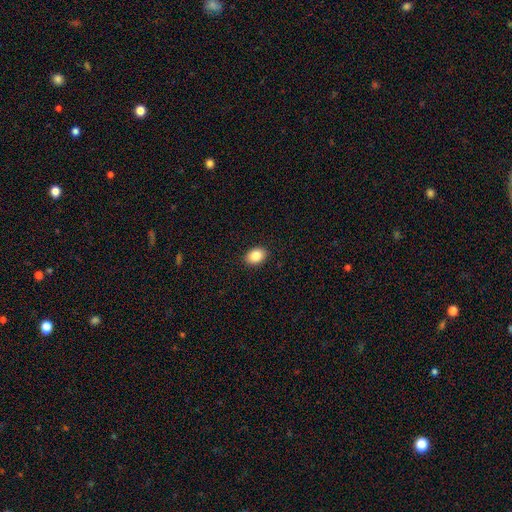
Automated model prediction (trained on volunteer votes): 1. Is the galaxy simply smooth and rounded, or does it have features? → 86% smooth, 8% star or artifact, 5% featured or disk.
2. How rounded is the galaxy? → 70% in between, 29% round, 1% cigar-shaped.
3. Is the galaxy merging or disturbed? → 90% none, 7% minor disturbance, 2% major disturbance, 1% merger.